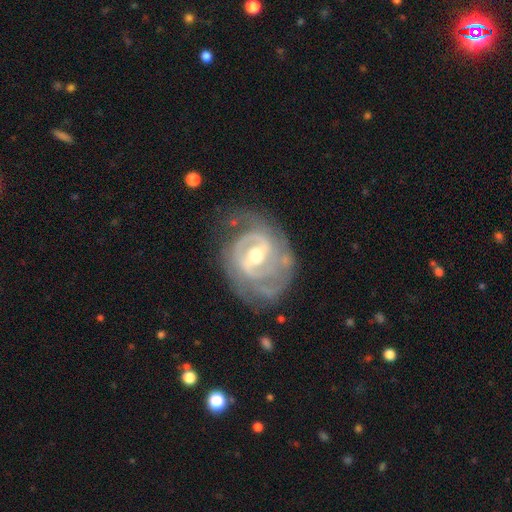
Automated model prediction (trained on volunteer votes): Smooth or featured? featured or disk (89%)
Edge-on disk? no (97%)
Bar? weak (47%)
Spiral arms? yes (93%)
Spiral winding? tight (56%)
Spiral arm count? 2 (55%)
Bulge size? moderate (69%)
Merging? none (62%)